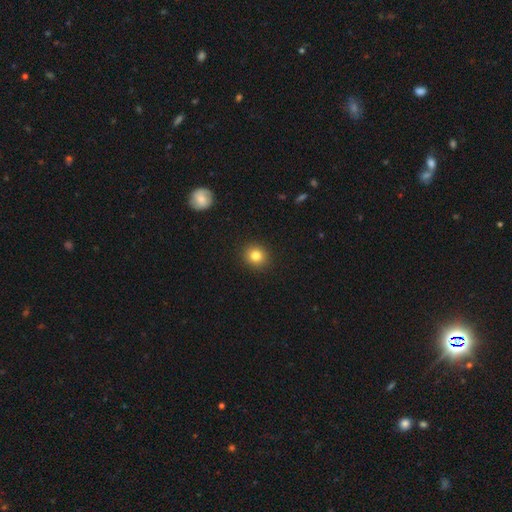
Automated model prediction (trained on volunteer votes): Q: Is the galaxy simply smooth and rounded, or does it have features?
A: smooth — 82%.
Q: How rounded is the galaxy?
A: round — 86%.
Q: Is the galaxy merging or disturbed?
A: none — 92%.